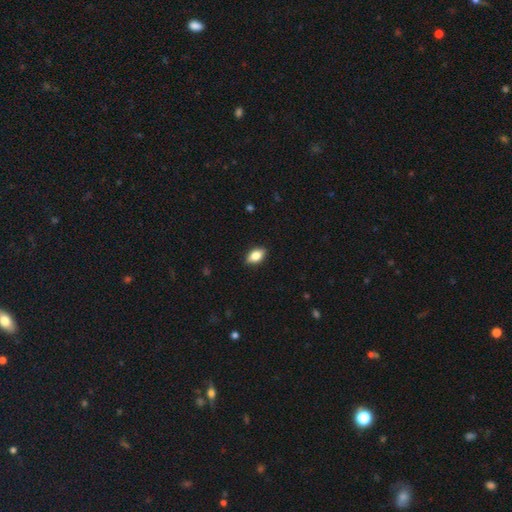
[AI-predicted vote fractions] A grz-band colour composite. It shows a smooth galaxy with no disk features (79%) that is in between round and cigar-shaped (88%). Merging: none (88%).